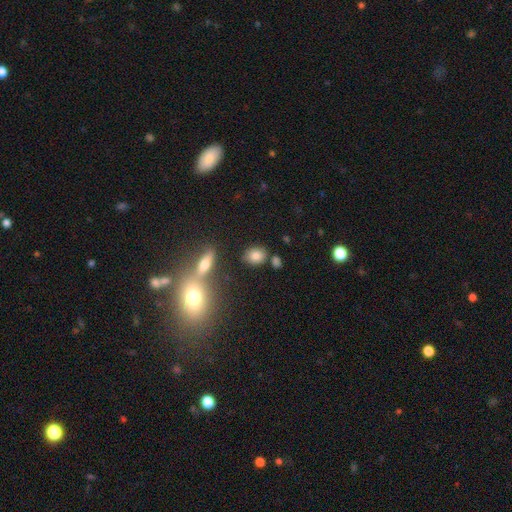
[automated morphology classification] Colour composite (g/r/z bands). It shows a smooth galaxy with no disk features (80%) that is in between round and cigar-shaped (62%). Merging: none (76%).